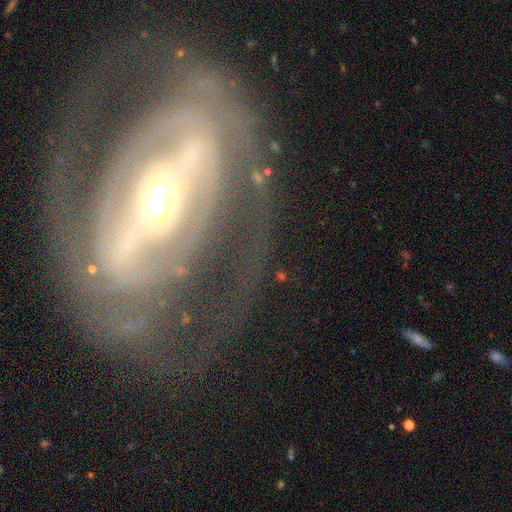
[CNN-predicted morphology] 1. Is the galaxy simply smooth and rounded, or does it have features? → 87% featured or disk, 8% smooth, 6% star or artifact.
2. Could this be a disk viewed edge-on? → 92% no, 8% yes.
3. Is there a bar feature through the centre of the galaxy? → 58% strong, 23% weak, 19% no.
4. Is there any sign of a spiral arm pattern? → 79% yes, 21% no.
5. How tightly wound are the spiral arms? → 53% tight, 33% medium, 14% loose.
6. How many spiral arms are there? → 60% 2, 22% can't tell, 7% 3, 4% 1, 4% 4, 3% more than 4.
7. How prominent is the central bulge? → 60% moderate, 25% small, 12% large, 2% dominant, 1% none.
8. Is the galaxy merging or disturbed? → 70% none, 14% major disturbance, 14% minor disturbance, 2% merger.